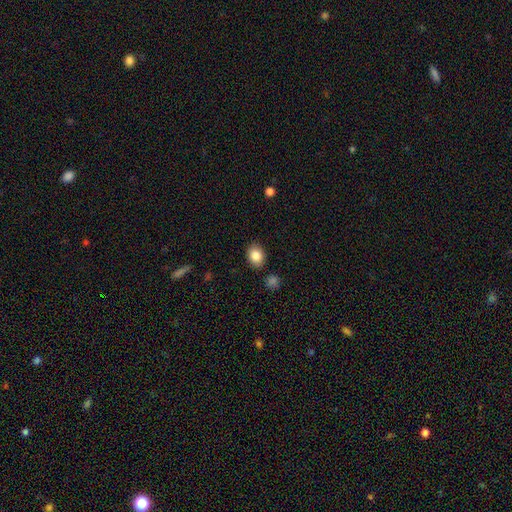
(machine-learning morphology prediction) Q: Smooth or featured?
A: smooth (85%); runner-up: star or artifact (9%)
Q: How rounded?
A: in between (57%); runner-up: round (42%)
Q: Merging?
A: none (85%); runner-up: minor disturbance (10%)